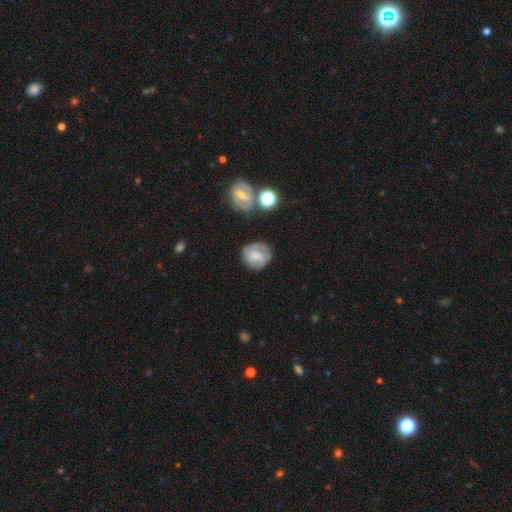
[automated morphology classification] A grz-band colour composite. It shows a smooth galaxy with no disk features (51%) that is round (81%). Merging: none (66%).